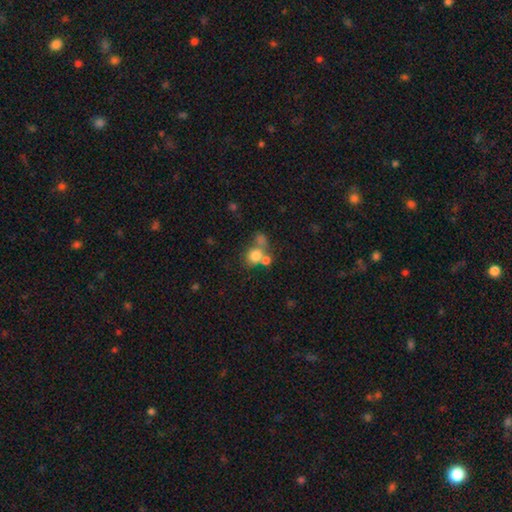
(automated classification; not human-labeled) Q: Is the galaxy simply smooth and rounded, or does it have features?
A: smooth — 75%.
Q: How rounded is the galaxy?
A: round — 76%.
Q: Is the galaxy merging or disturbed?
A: merger — 44%.